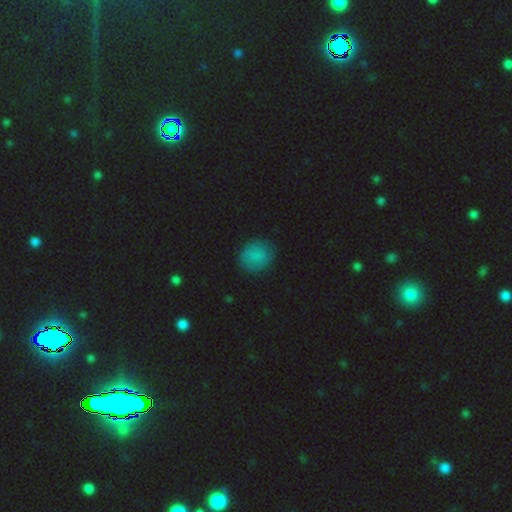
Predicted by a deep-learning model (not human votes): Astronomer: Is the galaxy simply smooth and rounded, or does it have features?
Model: smooth — 82%.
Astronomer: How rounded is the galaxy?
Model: round — 70%.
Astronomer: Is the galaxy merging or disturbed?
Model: none — 82%.